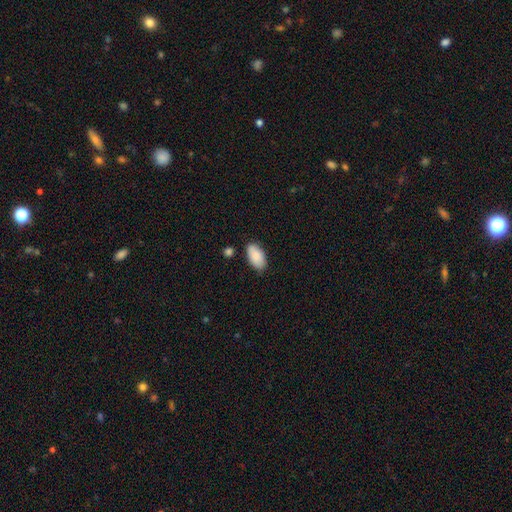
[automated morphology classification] Smooth or featured? smooth (88%)
How rounded? in between (95%)
Merging? none (79%)